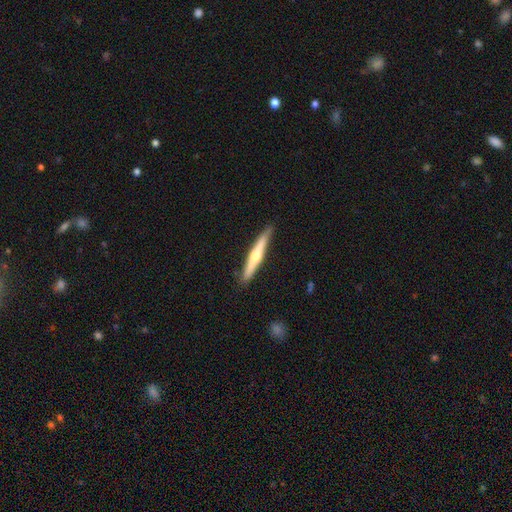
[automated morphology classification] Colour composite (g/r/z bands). It shows a featured or disk galaxy (58%) viewed edge-on (97%) with a rounded central bulge (83%). Merging: none (89%).